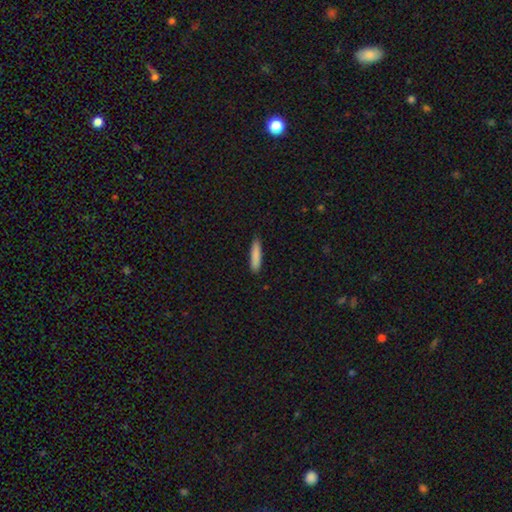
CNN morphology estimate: Overall: smooth (87%). How rounded: cigar-shaped (85%). Merging: none (89%).